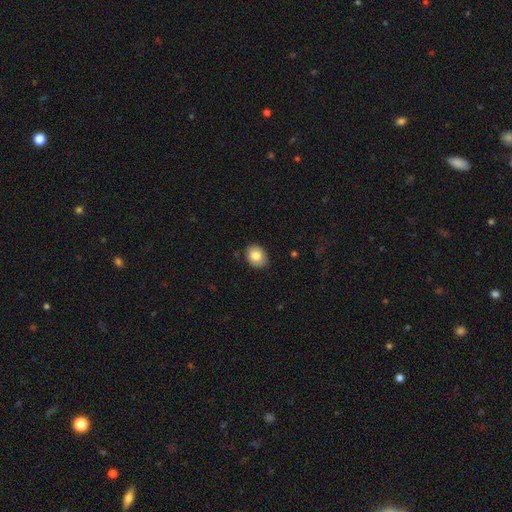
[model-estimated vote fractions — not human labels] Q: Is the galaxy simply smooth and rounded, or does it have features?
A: smooth — 82%.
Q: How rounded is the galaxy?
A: in between — 61%.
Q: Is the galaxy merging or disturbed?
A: none — 87%.